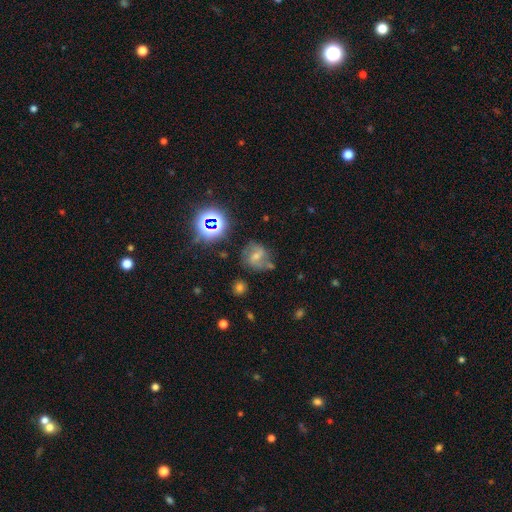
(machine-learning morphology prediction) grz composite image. It shows a featured or disk galaxy (48%). Merging: none (68%).